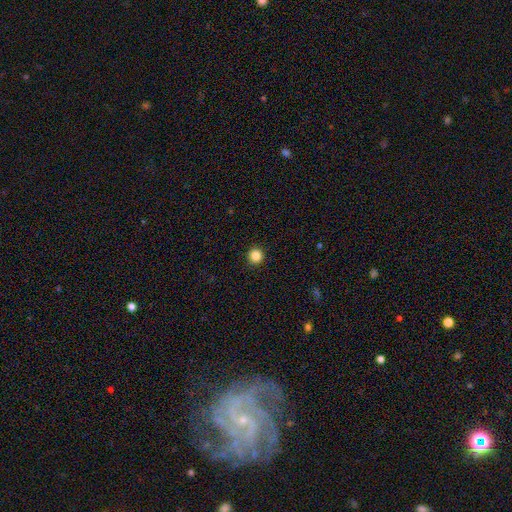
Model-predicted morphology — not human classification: smooth 86%, star or artifact 11%, featured or disk 3%. Down the decision tree: how rounded — round (95%); merging — none (93%).